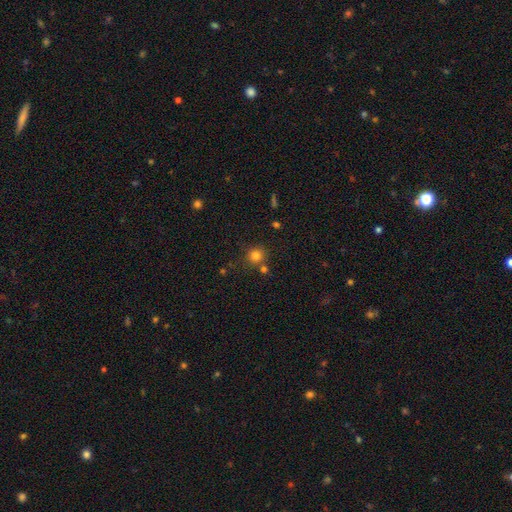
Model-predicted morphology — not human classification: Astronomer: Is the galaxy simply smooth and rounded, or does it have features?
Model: smooth — 79%.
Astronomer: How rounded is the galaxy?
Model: round — 90%.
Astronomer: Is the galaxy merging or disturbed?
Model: none — 74%.